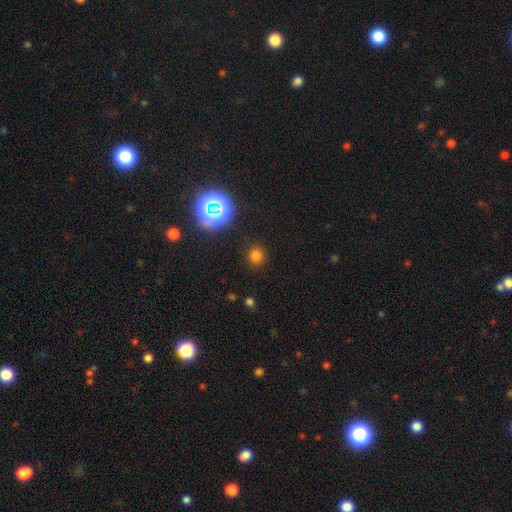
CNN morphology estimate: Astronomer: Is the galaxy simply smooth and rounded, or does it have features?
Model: smooth — 72%.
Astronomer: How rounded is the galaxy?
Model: round — 90%.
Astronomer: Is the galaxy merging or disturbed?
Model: none — 88%.